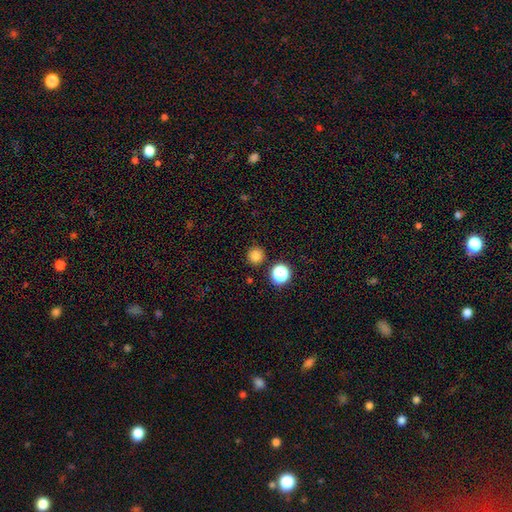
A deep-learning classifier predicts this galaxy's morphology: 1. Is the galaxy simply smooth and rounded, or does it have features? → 79% smooth, 16% star or artifact, 5% featured or disk.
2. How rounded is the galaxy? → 93% round, 6% in between, 1% cigar-shaped.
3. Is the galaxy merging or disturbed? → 88% none, 6% minor disturbance, 3% merger, 2% major disturbance.